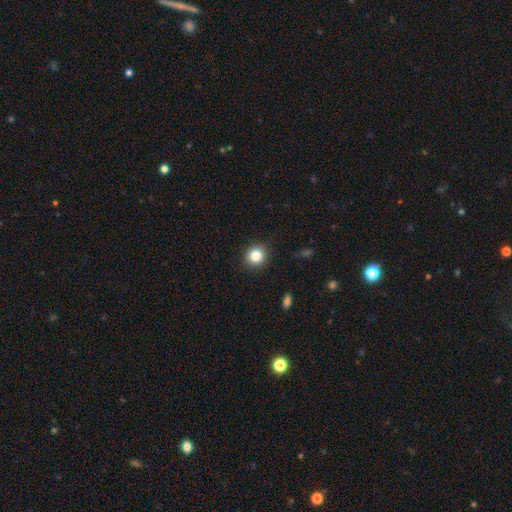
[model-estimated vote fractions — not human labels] Smooth or featured? Predicted: smooth (p=0.85). How rounded? Predicted: round (p=0.89). Merging? Predicted: none (p=0.88).